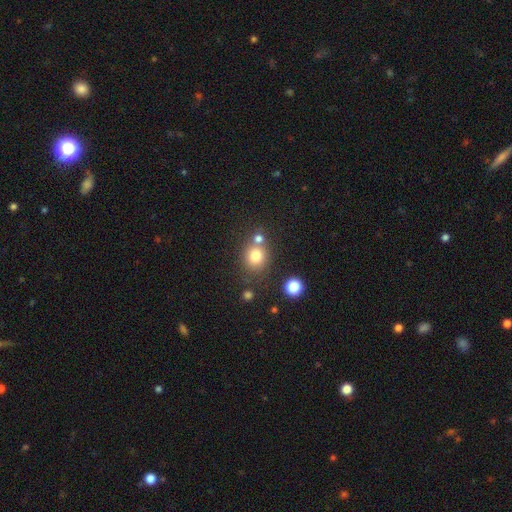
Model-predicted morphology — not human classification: The model was most divided on "merging": none: 64%, merger: 22%, minor disturbance: 10%, major disturbance: 4%. More confident: how rounded — round (83%); smooth or featured — smooth (78%).